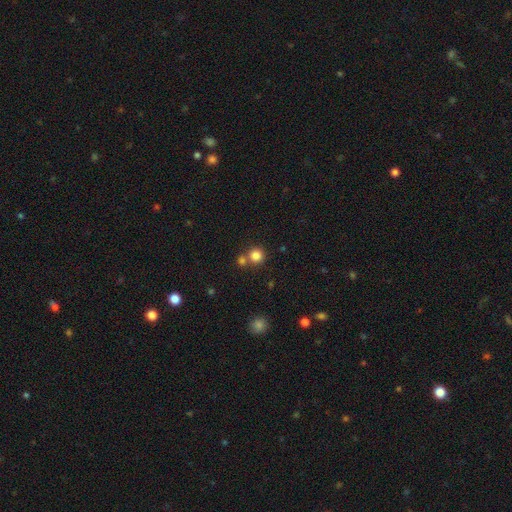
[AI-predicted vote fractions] Morphology: type=smooth (83%); roundness=round (92%); merging=none (65%).